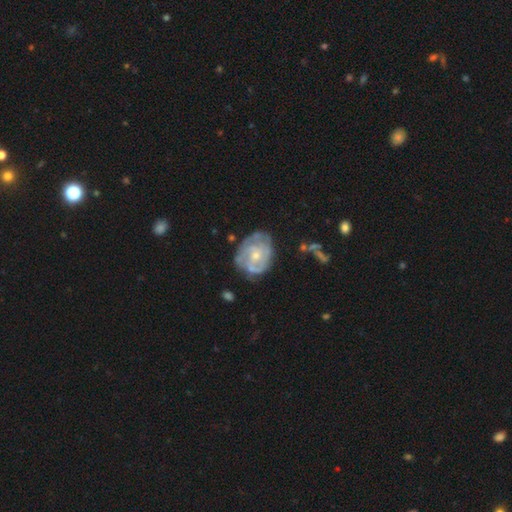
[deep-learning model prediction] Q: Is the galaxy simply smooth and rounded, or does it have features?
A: featured or disk — 74%.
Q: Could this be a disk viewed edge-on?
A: no — 97%.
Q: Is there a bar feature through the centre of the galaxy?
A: no — 76%.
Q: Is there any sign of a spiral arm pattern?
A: yes — 75%.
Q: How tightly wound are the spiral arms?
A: tight — 60%.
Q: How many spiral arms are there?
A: can't tell — 48%.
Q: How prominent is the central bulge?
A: small — 55%.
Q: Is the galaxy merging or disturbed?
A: none — 60%.